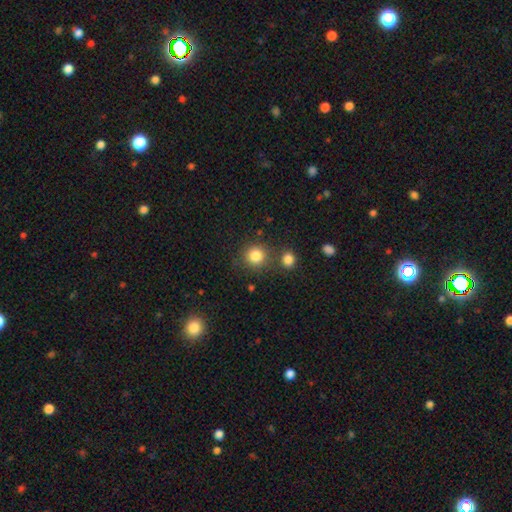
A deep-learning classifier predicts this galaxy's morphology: smooth_or_featured: smooth (p=0.84) [alt: star or artifact p=0.11]
how_rounded: round (p=0.90) [alt: in between p=0.10]
merging: none (p=0.76) [alt: merger p=0.12]